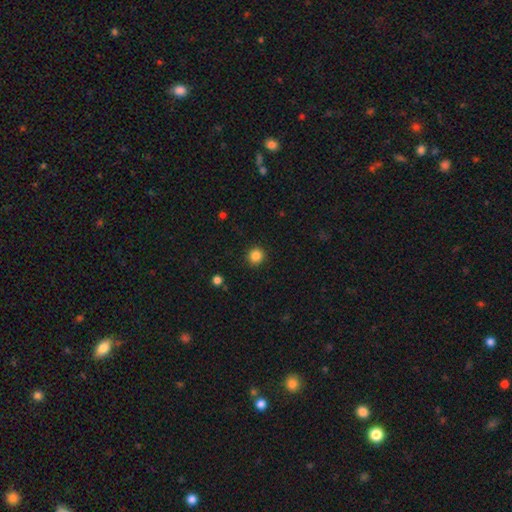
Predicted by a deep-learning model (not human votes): A smooth galaxy with no disk features (85%) that is round (94%).

Vote fractions:
- Smooth or featured? smooth: 85% / star or artifact: 12% / featured or disk: 4%
- How rounded? round: 94% / in between: 6% / cigar-shaped: 1%
- Merging? none: 91% / minor disturbance: 6% / major disturbance: 2% / merger: 1%